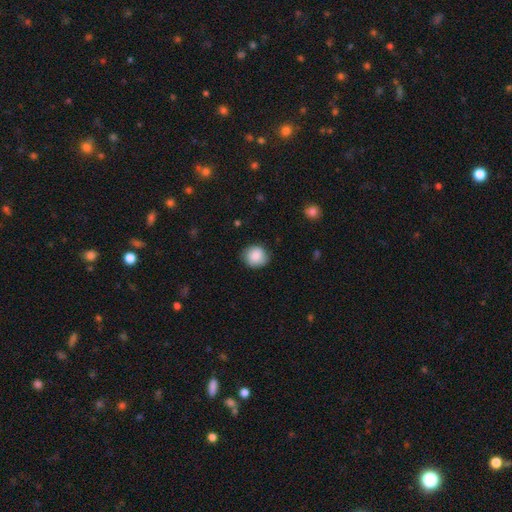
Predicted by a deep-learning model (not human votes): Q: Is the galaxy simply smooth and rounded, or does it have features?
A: smooth — 85%.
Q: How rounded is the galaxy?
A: round — 86%.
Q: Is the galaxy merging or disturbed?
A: none — 82%.